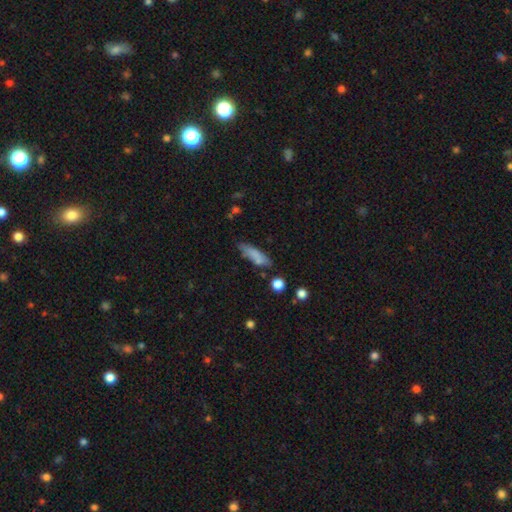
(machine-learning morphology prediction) Q: Smooth or featured?
A: smooth (77%); runner-up: featured or disk (15%)
Q: How rounded?
A: cigar-shaped (58%); runner-up: in between (40%)
Q: Merging?
A: none (65%); runner-up: minor disturbance (23%)